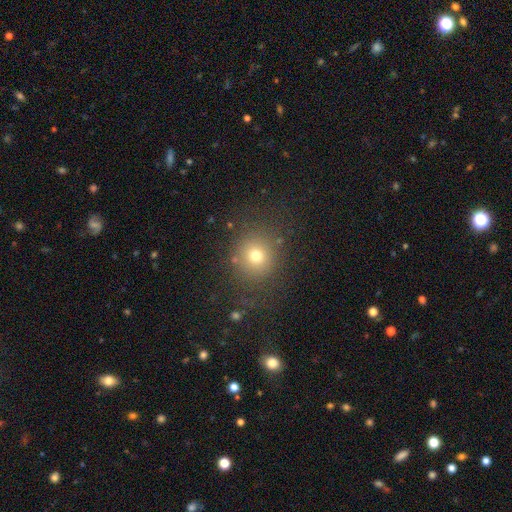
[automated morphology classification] Smooth or featured?
  - smooth: 72% *
  - star or artifact: 18%
  - featured or disk: 11%
How rounded?
  - round: 87% *
  - in between: 12%
  - cigar-shaped: 1%
Merging?
  - none: 79% *
  - minor disturbance: 11%
  - major disturbance: 7%
  - merger: 3%